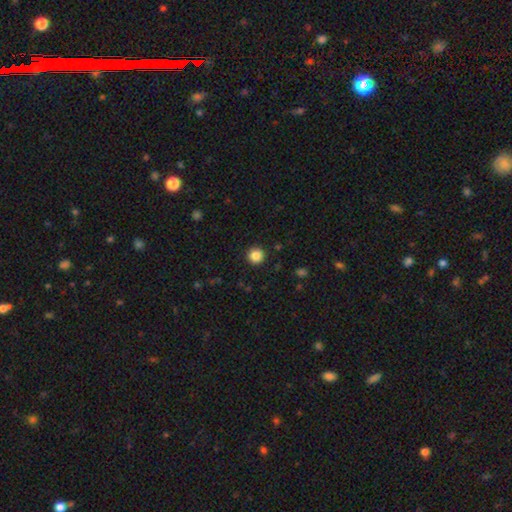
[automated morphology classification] Smooth or featured? Predicted: smooth (p=0.85). How rounded? Predicted: round (p=0.96). Merging? Predicted: none (p=0.93).